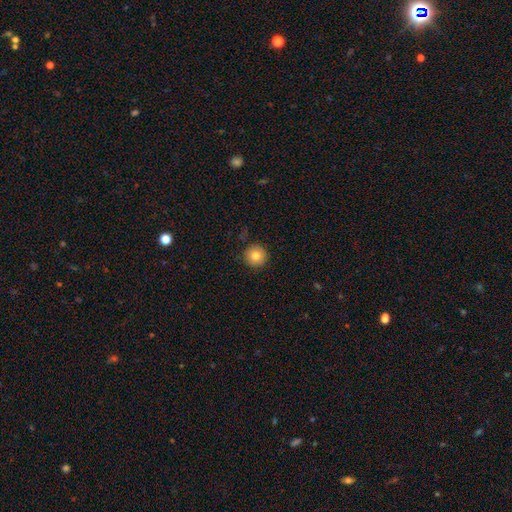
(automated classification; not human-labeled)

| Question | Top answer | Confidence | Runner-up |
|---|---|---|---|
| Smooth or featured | smooth | 81% | star or artifact (10%) |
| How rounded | round | 96% | in between (3%) |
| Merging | none | 89% | minor disturbance (7%) |